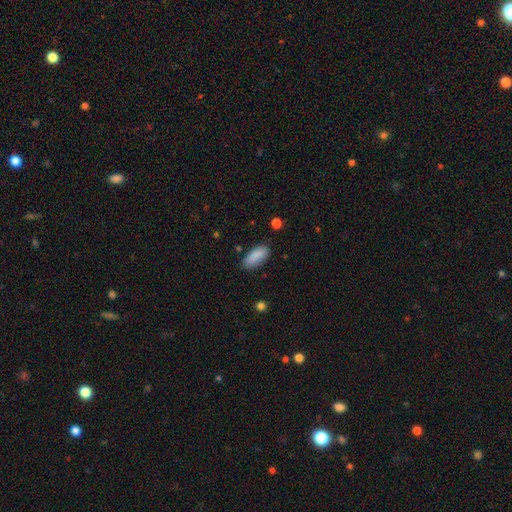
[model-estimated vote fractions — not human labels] Smooth or featured? Predicted: smooth (p=0.89). How rounded? Predicted: in between (p=0.84). Merging? Predicted: none (p=0.82).